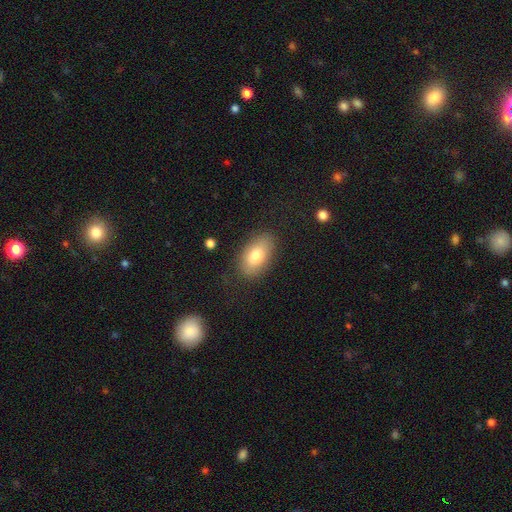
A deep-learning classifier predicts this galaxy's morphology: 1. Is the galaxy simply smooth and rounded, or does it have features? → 77% smooth, 15% featured or disk, 7% star or artifact.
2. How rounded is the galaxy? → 92% in between, 5% round, 3% cigar-shaped.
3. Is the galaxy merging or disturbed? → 83% none, 12% minor disturbance, 4% major disturbance, 1% merger.